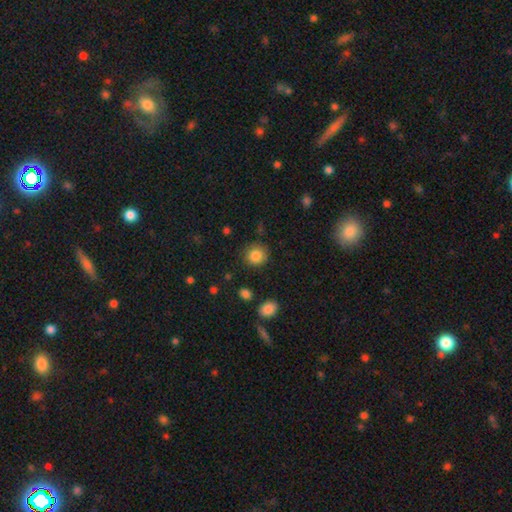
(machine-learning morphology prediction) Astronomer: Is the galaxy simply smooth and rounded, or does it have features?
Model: smooth — 85%.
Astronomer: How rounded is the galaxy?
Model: round — 88%.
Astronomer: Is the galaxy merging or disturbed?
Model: none — 86%.